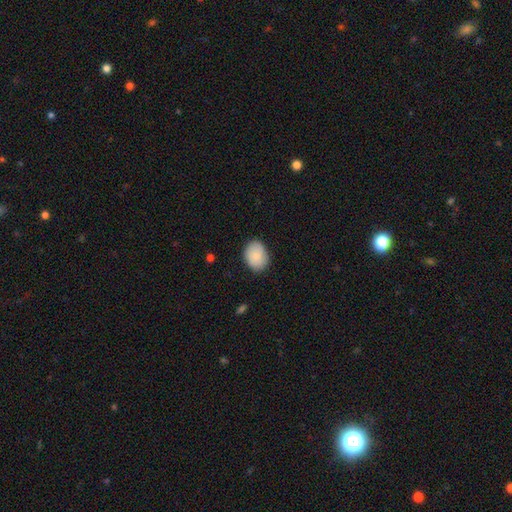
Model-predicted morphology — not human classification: Q: Smooth or featured?
A: smooth (87%); runner-up: featured or disk (7%)
Q: How rounded?
A: in between (63%); runner-up: round (36%)
Q: Merging?
A: none (84%); runner-up: minor disturbance (13%)